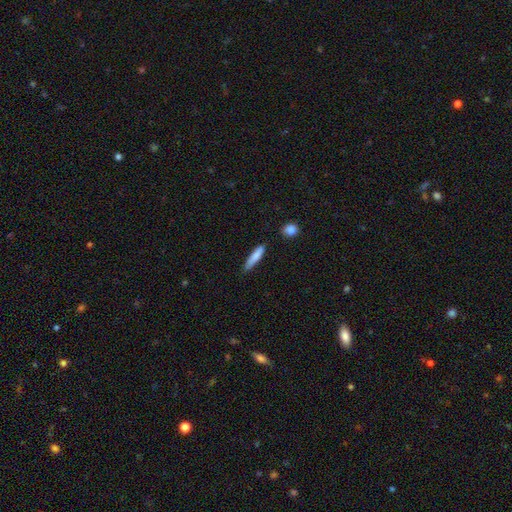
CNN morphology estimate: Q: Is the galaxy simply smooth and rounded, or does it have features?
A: smooth — 80%.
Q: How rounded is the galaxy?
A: cigar-shaped — 82%.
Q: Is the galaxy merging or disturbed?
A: none — 76%.